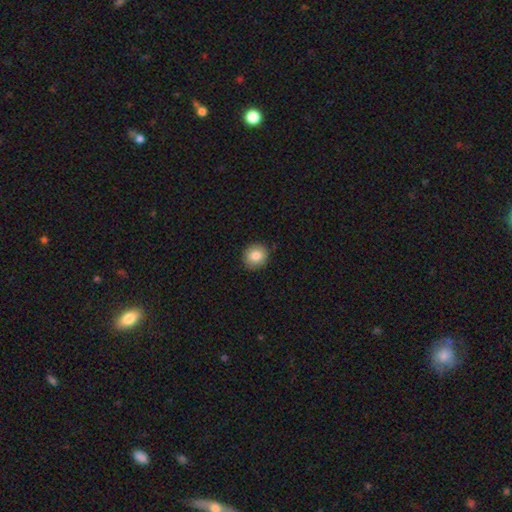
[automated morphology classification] Smooth or featured: smooth — 85% (star or artifact — 9%)
How rounded: round — 86% (in between — 13%)
Merging: none — 89% (minor disturbance — 8%)